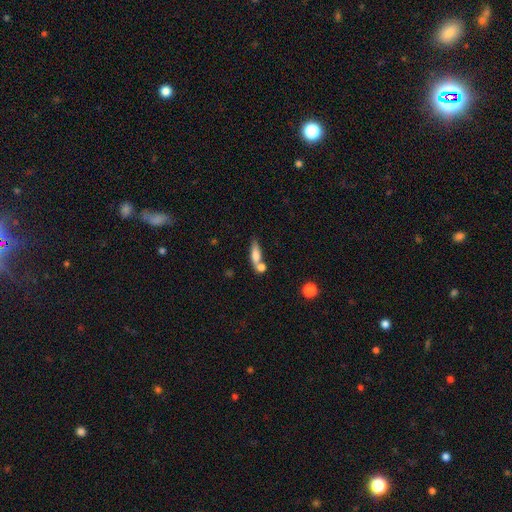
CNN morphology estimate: smooth_or_featured: smooth (p=0.70) [alt: featured or disk p=0.22]
how_rounded: in between (p=0.48) [alt: cigar-shaped p=0.47]
merging: none (p=0.43) [alt: merger p=0.37]